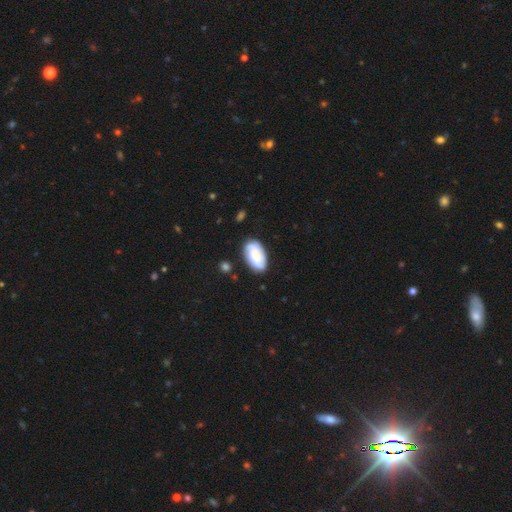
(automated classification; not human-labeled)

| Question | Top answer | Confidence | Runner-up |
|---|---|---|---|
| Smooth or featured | smooth | 57% | featured or disk (36%) |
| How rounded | in between | 93% | round (5%) |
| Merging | none | 77% | minor disturbance (17%) |